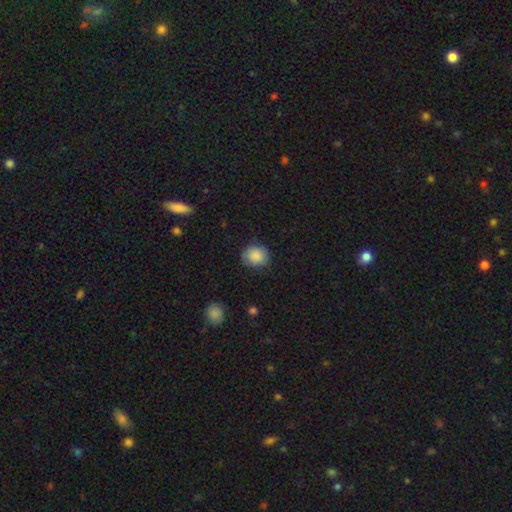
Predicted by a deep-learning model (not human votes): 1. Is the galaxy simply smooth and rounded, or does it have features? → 85% smooth, 8% star or artifact, 7% featured or disk.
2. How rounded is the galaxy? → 73% round, 26% in between, 1% cigar-shaped.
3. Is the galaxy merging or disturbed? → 77% none, 18% minor disturbance, 4% major disturbance, 1% merger.